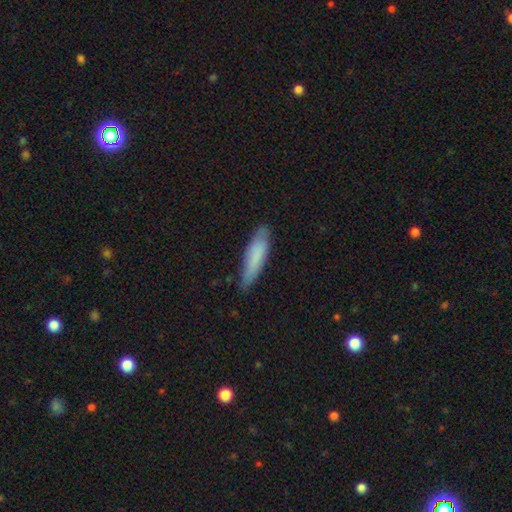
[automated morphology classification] A smooth galaxy with no disk features (77%) that is cigar-shaped (75%). Merging: none (77%).